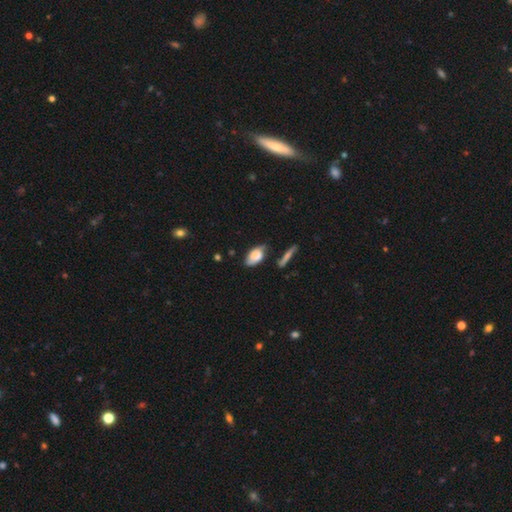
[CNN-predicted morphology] type=smooth (72%); roundness=in between (91%); merging=none (59%).